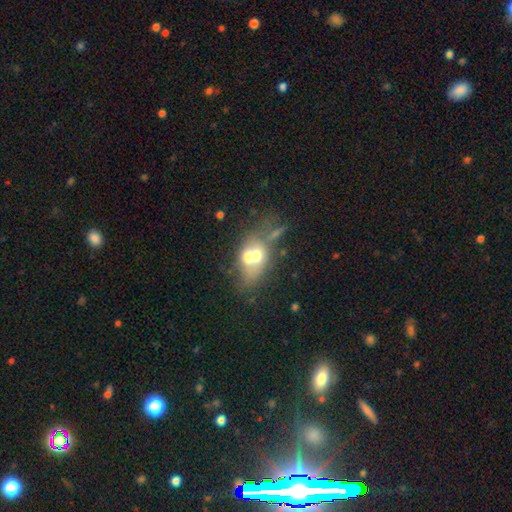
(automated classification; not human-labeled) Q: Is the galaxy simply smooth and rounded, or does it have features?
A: smooth — 55%.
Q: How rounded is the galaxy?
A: in between — 63%.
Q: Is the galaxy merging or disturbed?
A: merger — 62%.